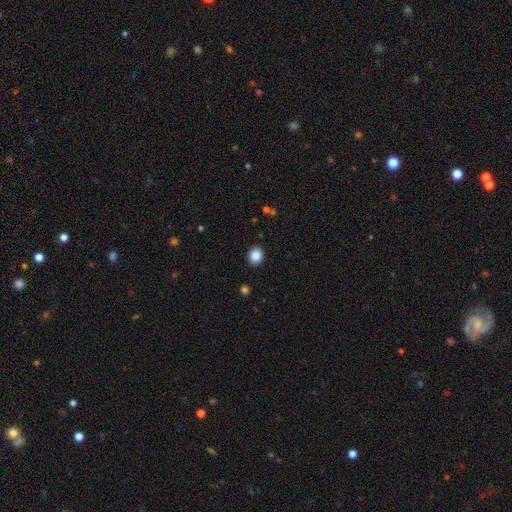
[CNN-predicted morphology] A smooth galaxy with no disk features (86%) that is round (75%).

Vote fractions:
- Smooth or featured? smooth: 86% / star or artifact: 10% / featured or disk: 4%
- How rounded? round: 75% / in between: 24% / cigar-shaped: 1%
- Merging? none: 91% / minor disturbance: 6% / major disturbance: 2% / merger: 1%